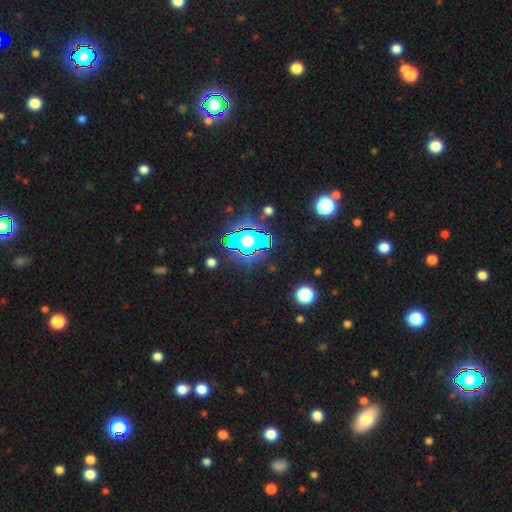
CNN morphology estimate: star or artifact 82%, smooth 11%, featured or disk 7%.